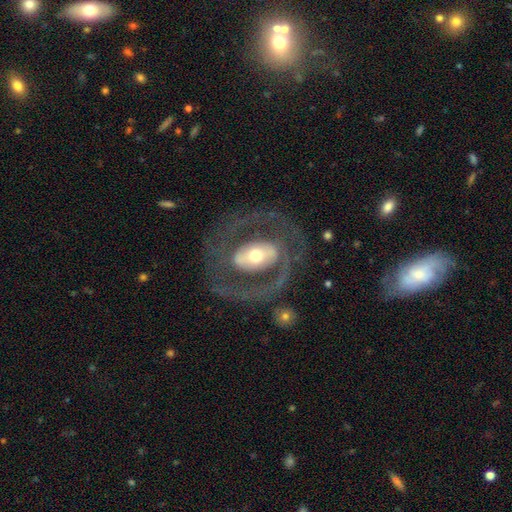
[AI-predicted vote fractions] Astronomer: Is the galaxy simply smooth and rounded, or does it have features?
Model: featured or disk — 82%.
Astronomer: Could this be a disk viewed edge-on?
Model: no — 95%.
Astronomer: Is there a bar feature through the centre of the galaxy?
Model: strong — 41% (runner-up: no, 30%).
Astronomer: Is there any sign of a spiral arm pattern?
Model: yes — 75%.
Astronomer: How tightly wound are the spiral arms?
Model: medium — 50% (runner-up: tight, 29%).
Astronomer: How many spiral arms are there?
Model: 2 — 84%.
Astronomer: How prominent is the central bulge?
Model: moderate — 60%.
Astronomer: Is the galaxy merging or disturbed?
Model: none — 70%.